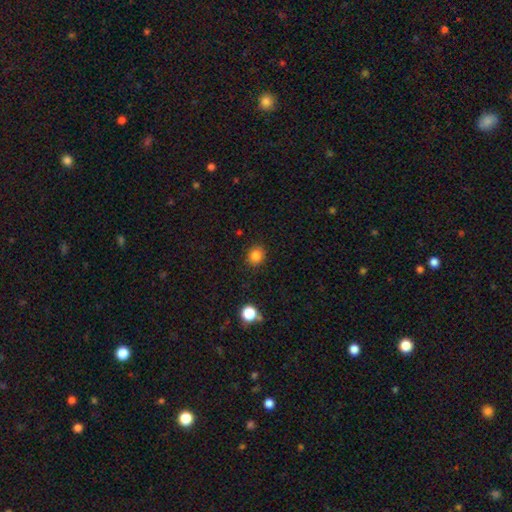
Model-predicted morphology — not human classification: Q: Smooth or featured?
A: smooth (83%); runner-up: star or artifact (12%)
Q: How rounded?
A: round (72%); runner-up: in between (27%)
Q: Merging?
A: none (86%); runner-up: minor disturbance (10%)